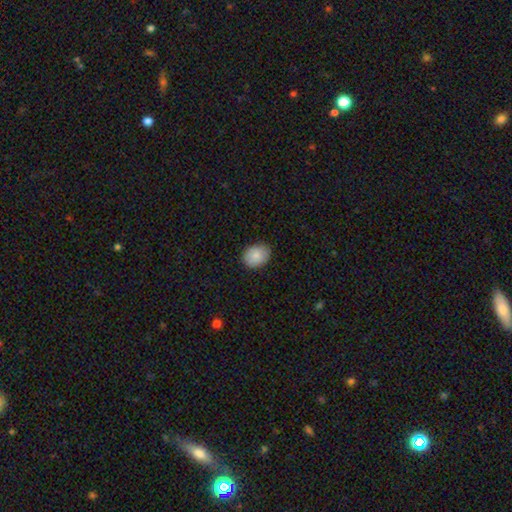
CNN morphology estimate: smooth_or_featured: smooth (p=0.87) [alt: star or artifact p=0.07]
how_rounded: in between (p=0.58) [alt: round p=0.41]
merging: none (p=0.84) [alt: minor disturbance p=0.13]